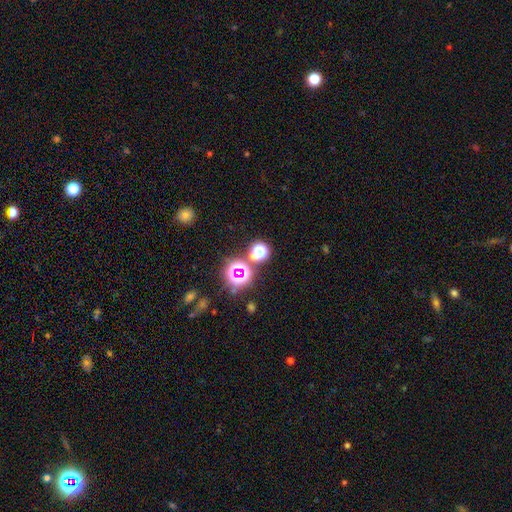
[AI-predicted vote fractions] smooth-or-featured: star or artifact: 58% | smooth: 33% | featured or disk: 8%